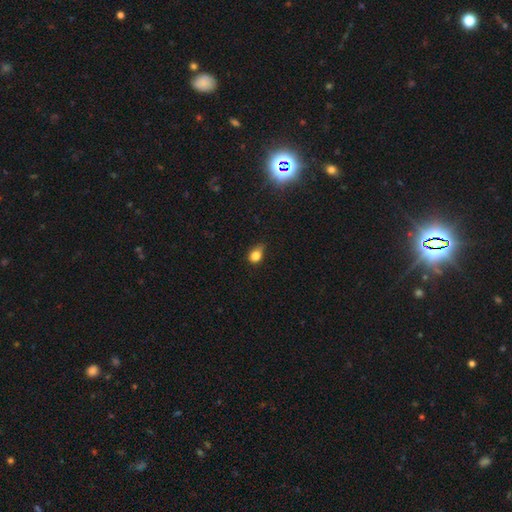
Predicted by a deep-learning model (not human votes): A smooth galaxy with no disk features (81%) that is round (51%). Merging: none (45%).